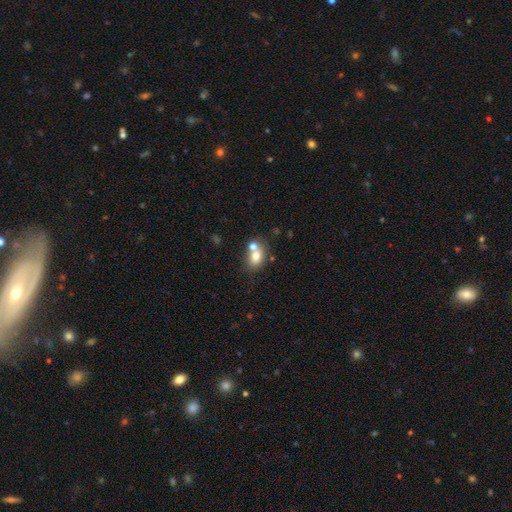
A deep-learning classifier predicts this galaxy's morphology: Smooth or featured?
  - smooth: 74% *
  - featured or disk: 15%
  - star or artifact: 11%
How rounded?
  - in between: 66% *
  - round: 33%
  - cigar-shaped: 1%
Merging?
  - none: 48% *
  - merger: 37%
  - minor disturbance: 11%
  - major disturbance: 4%